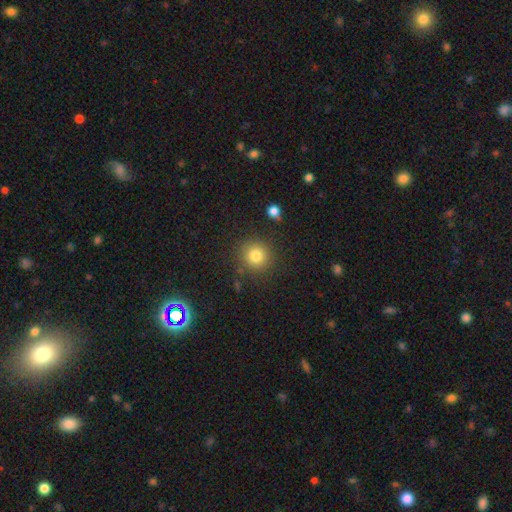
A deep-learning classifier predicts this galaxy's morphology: The model was most divided on "smooth or featured": smooth: 81%, star or artifact: 12%, featured or disk: 7%. More confident: how rounded — round (92%); merging — none (86%).